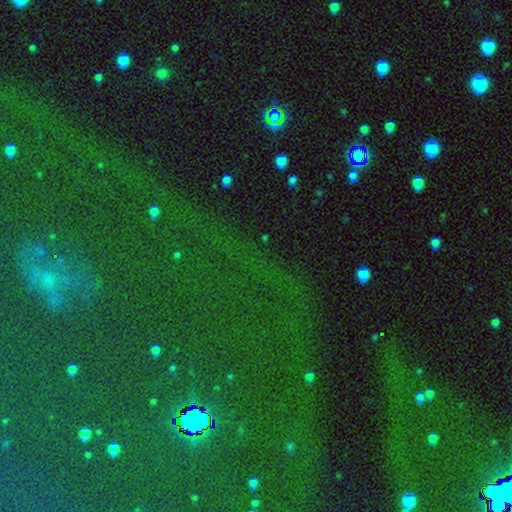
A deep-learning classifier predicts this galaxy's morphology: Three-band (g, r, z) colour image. It shows a star or artifact, not a galaxy (83%).